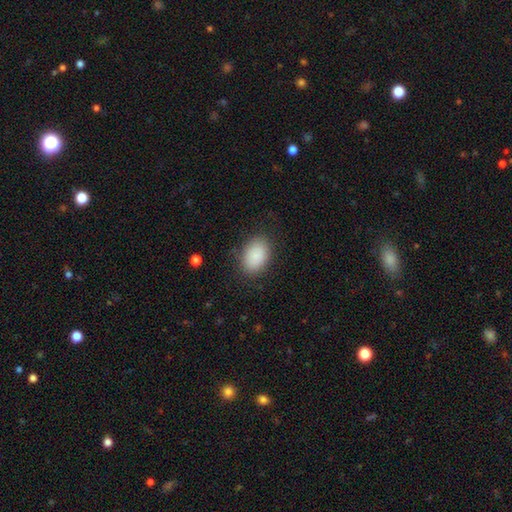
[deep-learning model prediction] Smooth or featured: smooth — 89% (star or artifact — 7%)
How rounded: in between — 84% (round — 14%)
Merging: none — 84% (minor disturbance — 11%)